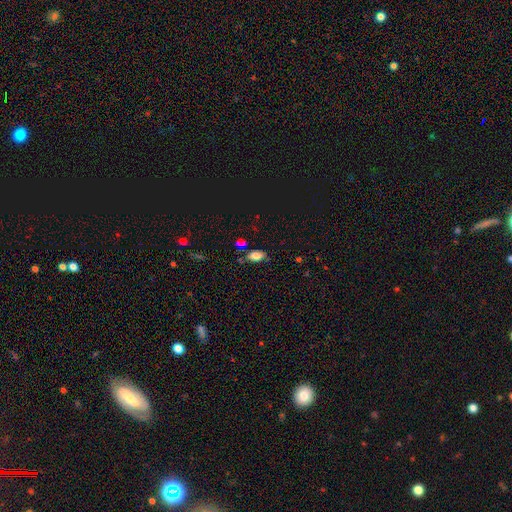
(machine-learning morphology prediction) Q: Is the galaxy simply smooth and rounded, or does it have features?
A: smooth — 76%.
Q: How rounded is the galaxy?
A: in between — 90%.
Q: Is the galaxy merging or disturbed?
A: none — 70%.